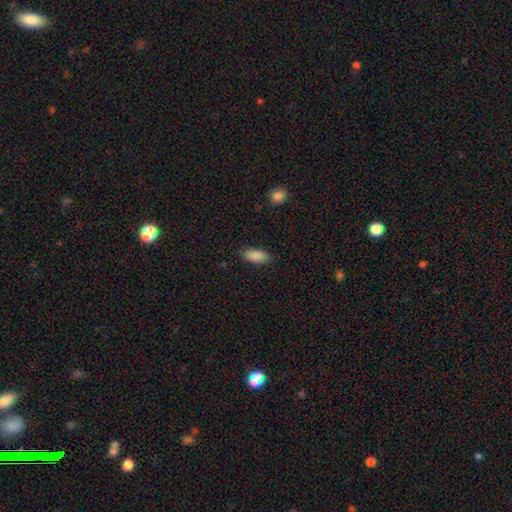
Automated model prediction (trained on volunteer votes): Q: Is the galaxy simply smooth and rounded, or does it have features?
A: smooth — 88%.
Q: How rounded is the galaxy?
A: in between — 89%.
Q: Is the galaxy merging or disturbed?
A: none — 86%.